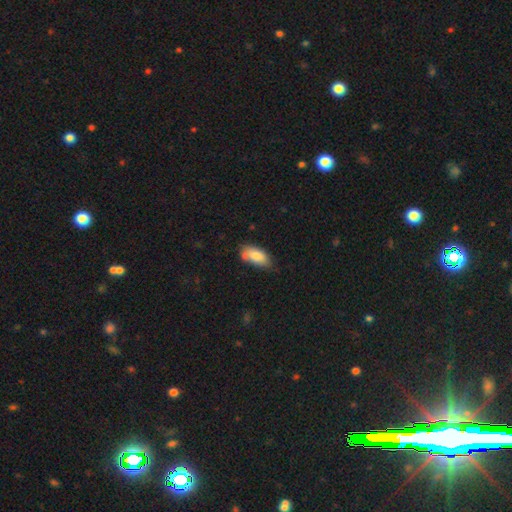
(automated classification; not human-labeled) Smooth or featured? Predicted: smooth (p=0.82). How rounded? Predicted: in between (p=0.90). Merging? Predicted: none (p=0.59).